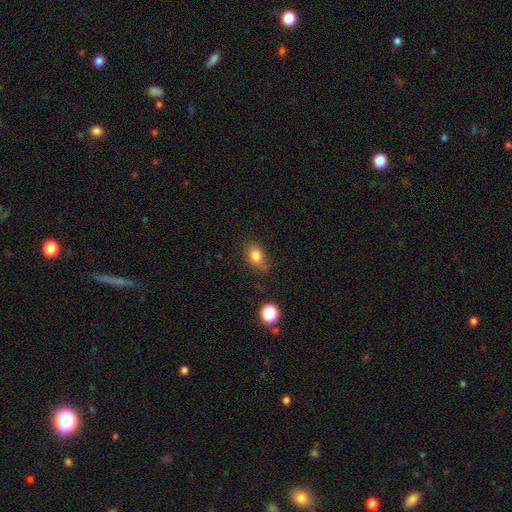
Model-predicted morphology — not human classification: The model was most divided on "how rounded": in between: 71%, round: 27%, cigar-shaped: 2%. More confident: smooth or featured — smooth (82%); merging — none (72%).